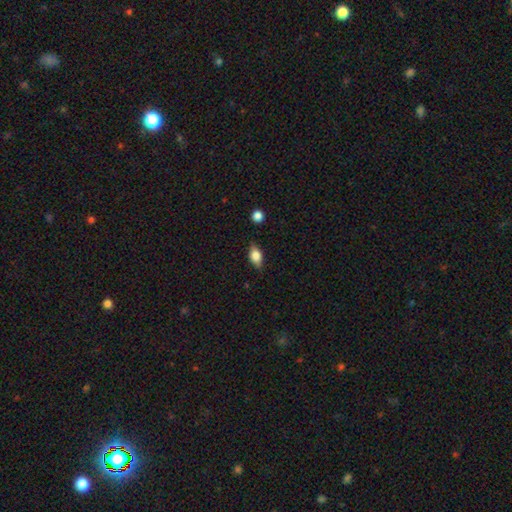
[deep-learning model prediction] smooth 71%, featured or disk 21%, star or artifact 8%. Down the decision tree: how rounded — in between (84%); merging — none (82%).